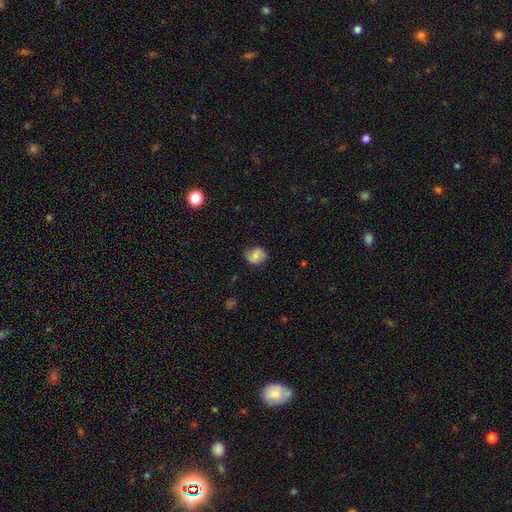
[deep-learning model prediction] smooth 66%, featured or disk 26%, star or artifact 9%. Down the decision tree: how rounded — round (53%); merging — none (71%).